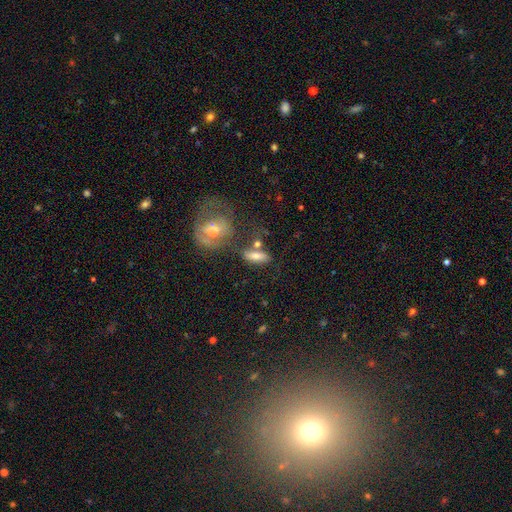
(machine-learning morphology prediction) Smooth or featured: smooth — 63% (featured or disk — 25%)
How rounded: in between — 64% (cigar-shaped — 29%)
Merging: none — 52% (merger — 20%)